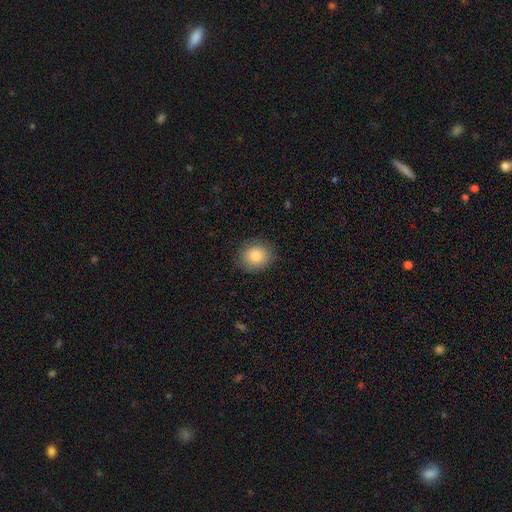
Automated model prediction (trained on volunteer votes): This appears to be a smooth galaxy with no disk features (81%) that is round (75%). Merging: none (87%).